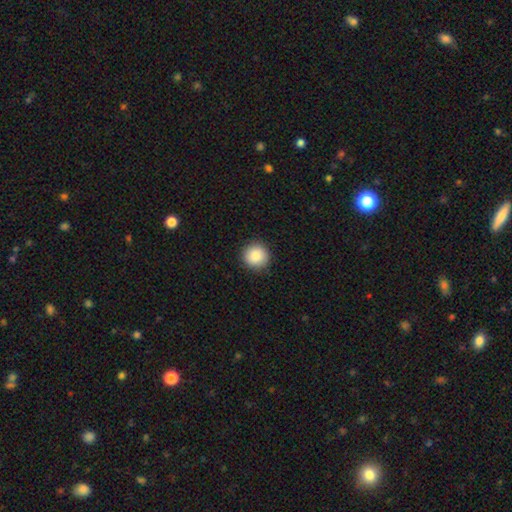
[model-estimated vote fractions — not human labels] Smooth or featured? smooth (87%)
How rounded? round (94%)
Merging? none (90%)